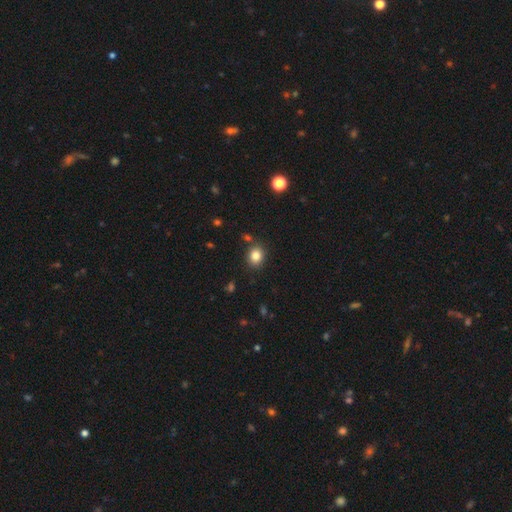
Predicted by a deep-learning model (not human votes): smooth-or-featured: smooth: 83% | star or artifact: 11% | featured or disk: 6%
  how-rounded: round: 65% | in between: 34% | cigar-shaped: 1%
  merging: none: 83% | minor disturbance: 10% | merger: 5% | major disturbance: 3%